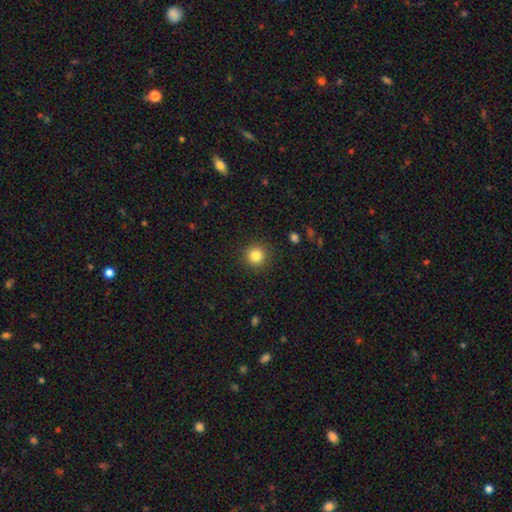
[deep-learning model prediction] Q: Smooth or featured?
A: smooth (83%); runner-up: star or artifact (11%)
Q: How rounded?
A: round (94%); runner-up: in between (5%)
Q: Merging?
A: none (91%); runner-up: minor disturbance (6%)